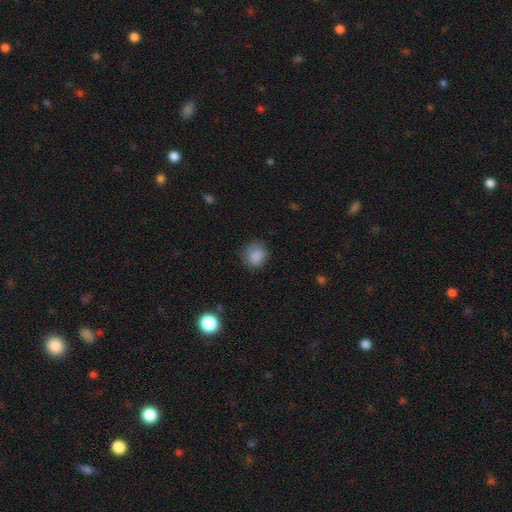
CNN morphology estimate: Smooth or featured? smooth (85%)
How rounded? round (78%)
Merging? none (76%)